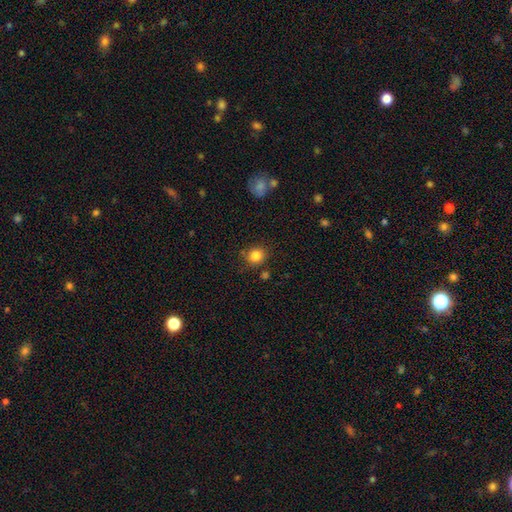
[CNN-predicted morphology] Smooth or featured?
  - smooth: 84% *
  - star or artifact: 11%
  - featured or disk: 5%
How rounded?
  - round: 82% *
  - in between: 17%
  - cigar-shaped: 1%
Merging?
  - none: 83% *
  - minor disturbance: 10%
  - merger: 4%
  - major disturbance: 3%